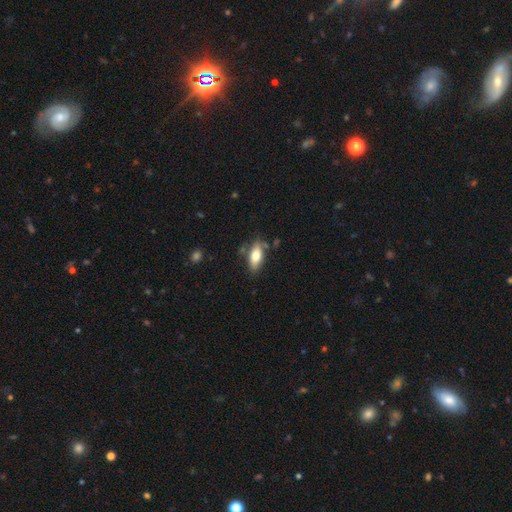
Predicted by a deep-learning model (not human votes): Smooth or featured? Predicted: smooth (p=0.73). How rounded? Predicted: in between (p=0.81). Merging? Predicted: none (p=0.73).